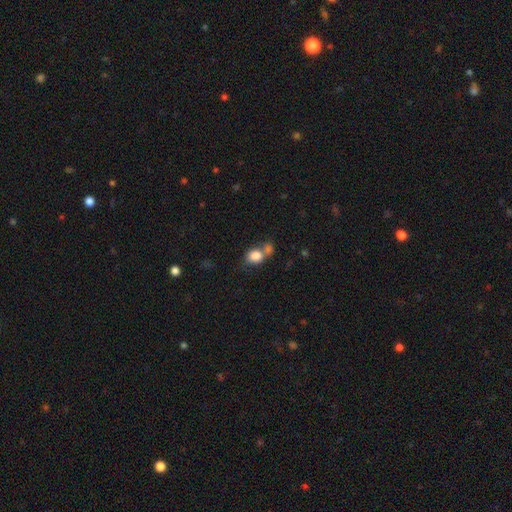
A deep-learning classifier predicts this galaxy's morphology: This appears to be a smooth galaxy with no disk features (82%) that is round (51%). Merging: merger (47%).